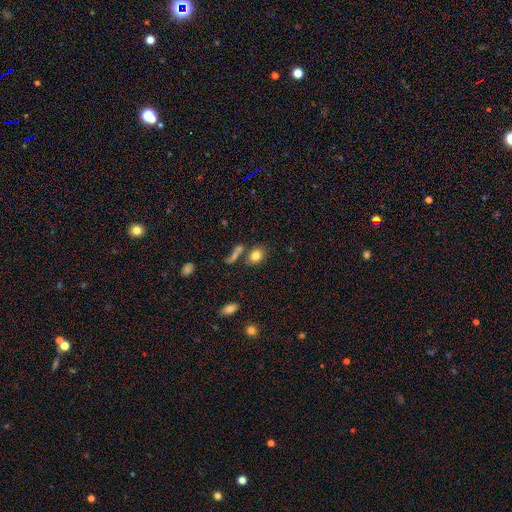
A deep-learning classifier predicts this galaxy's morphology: This appears to be a smooth galaxy with no disk features (81%) that is round (52%). Merging: none (68%).